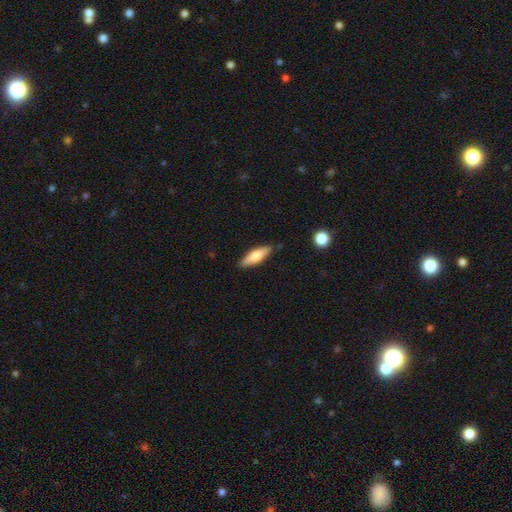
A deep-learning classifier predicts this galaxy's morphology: smooth-or-featured: smooth: 61% | featured or disk: 34% | star or artifact: 6%
  how-rounded: cigar-shaped: 56% | in between: 42% | round: 2%
  merging: none: 85% | minor disturbance: 11% | major disturbance: 2% | merger: 2%